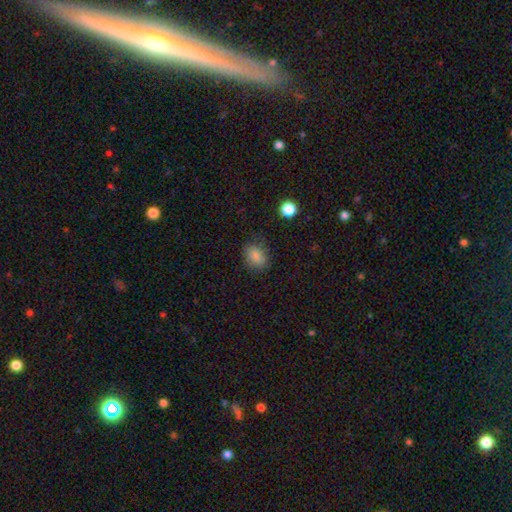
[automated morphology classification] type=smooth (83%); roundness=in between (60%); merging=none (79%).